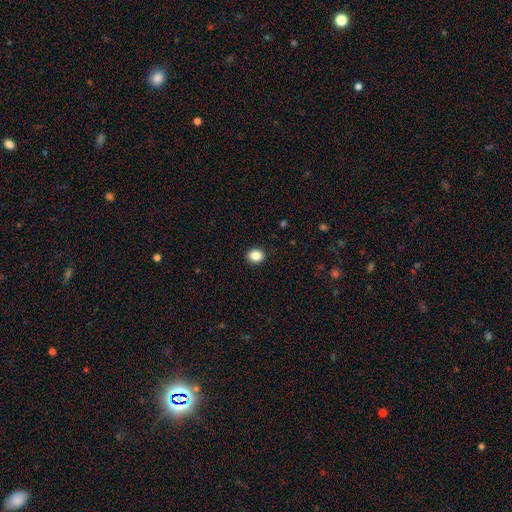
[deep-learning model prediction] Morphology: type=smooth (86%); roundness=round (68%); merging=none (91%).